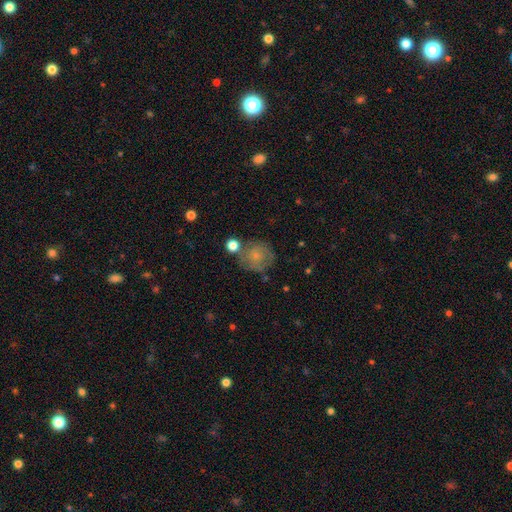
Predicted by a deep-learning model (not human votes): smooth_or_featured: smooth (p=0.59) [alt: featured or disk p=0.31]
how_rounded: round (p=0.85) [alt: in between p=0.14]
merging: none (p=0.57) [alt: minor disturbance p=0.21]